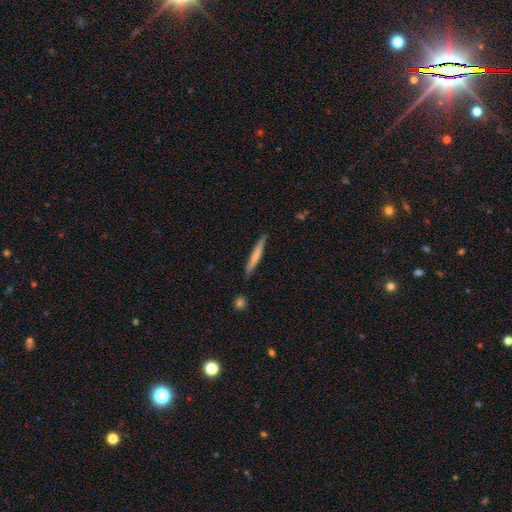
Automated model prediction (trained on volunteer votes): Morphology: type=smooth (67%); roundness=cigar-shaped (95%); merging=none (86%).